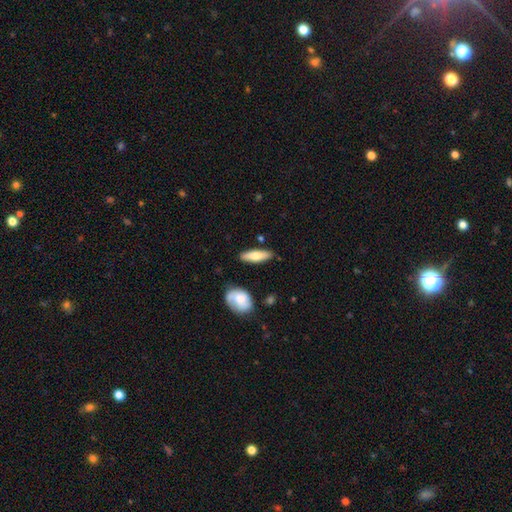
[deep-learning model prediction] Smooth or featured? Predicted: smooth (p=0.69). How rounded? Predicted: in between (p=0.51). Merging? Predicted: none (p=0.83).